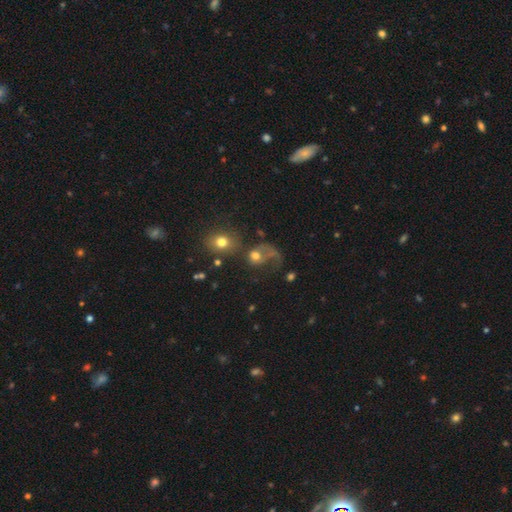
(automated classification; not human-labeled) smooth-or-featured: smooth: 54% | featured or disk: 33% | star or artifact: 13%
  how-rounded: round: 66% | in between: 32% | cigar-shaped: 2%
  merging: major disturbance: 49% | none: 23% | merger: 17% | minor disturbance: 11%